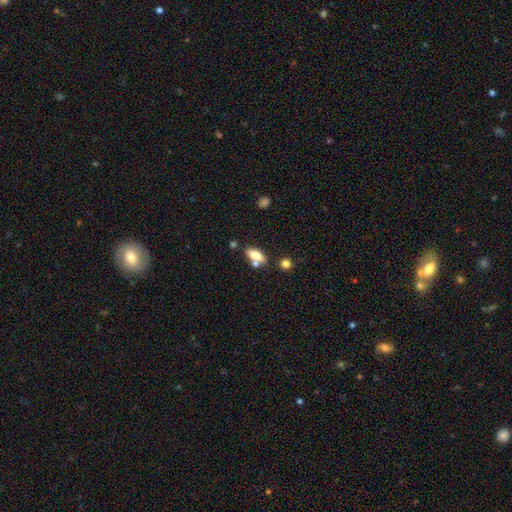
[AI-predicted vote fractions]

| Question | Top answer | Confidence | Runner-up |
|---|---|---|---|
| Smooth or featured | smooth | 70% | featured or disk (21%) |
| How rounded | in between | 78% | cigar-shaped (17%) |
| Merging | none | 63% | merger (21%) |